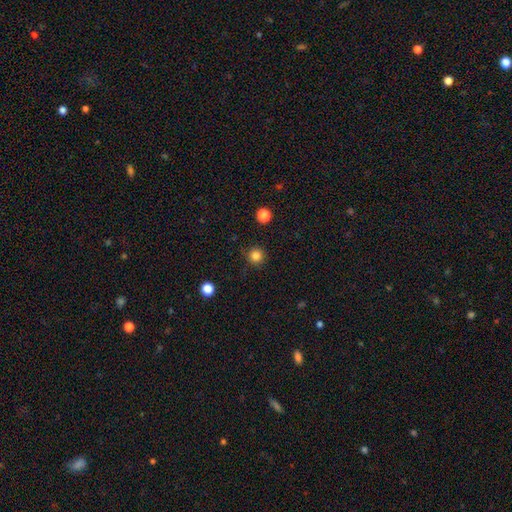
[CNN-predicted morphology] smooth 84%, star or artifact 13%, featured or disk 4%. Down the decision tree: how rounded — round (96%); merging — none (89%).